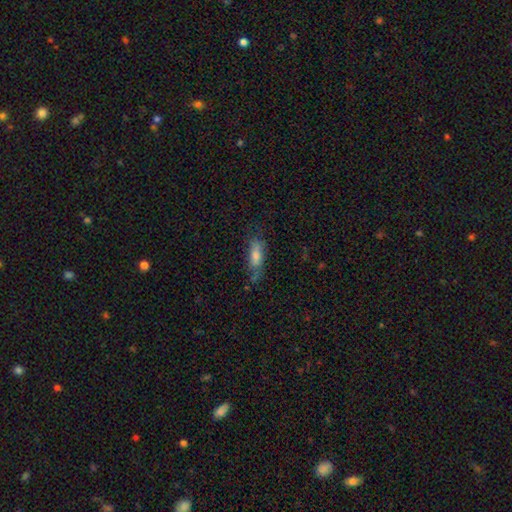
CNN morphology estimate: Q: Smooth or featured?
A: smooth (64%); runner-up: featured or disk (26%)
Q: How rounded?
A: in between (59%); runner-up: cigar-shaped (38%)
Q: Merging?
A: none (58%); runner-up: minor disturbance (27%)